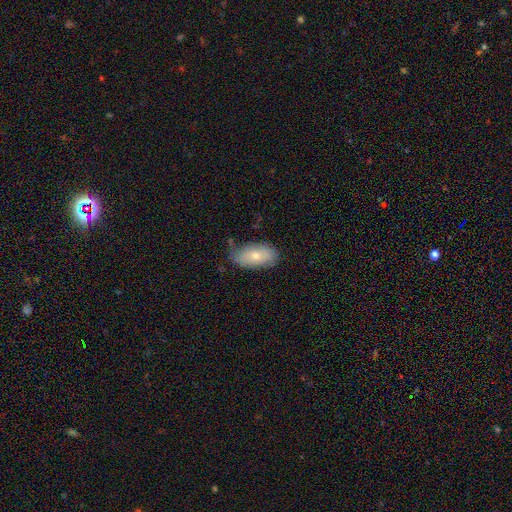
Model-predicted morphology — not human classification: Q: Smooth or featured?
A: smooth (68%); runner-up: featured or disk (24%)
Q: How rounded?
A: in between (92%); runner-up: round (5%)
Q: Merging?
A: none (69%); runner-up: minor disturbance (24%)